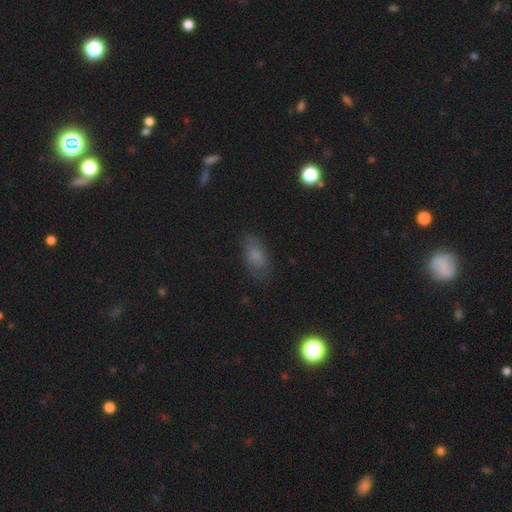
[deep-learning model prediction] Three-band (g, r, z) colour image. It shows a smooth galaxy with no disk features (73%) that is in between round and cigar-shaped (88%). Merging: none (75%).